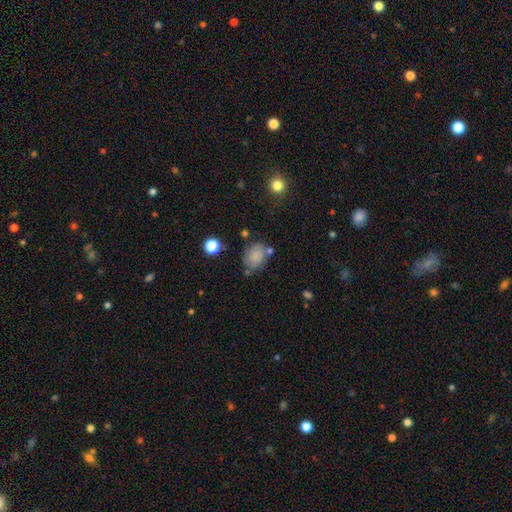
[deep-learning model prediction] smooth_or_featured: smooth (p=0.74) [alt: featured or disk p=0.15]
how_rounded: in between (p=0.59) [alt: round p=0.40]
merging: none (p=0.63) [alt: minor disturbance p=0.20]